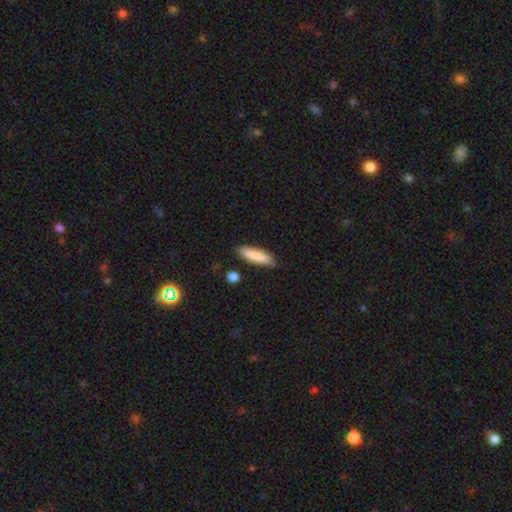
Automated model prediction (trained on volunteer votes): Q: Smooth or featured?
A: smooth (86%); runner-up: featured or disk (9%)
Q: How rounded?
A: cigar-shaped (73%); runner-up: in between (26%)
Q: Merging?
A: none (87%); runner-up: minor disturbance (10%)